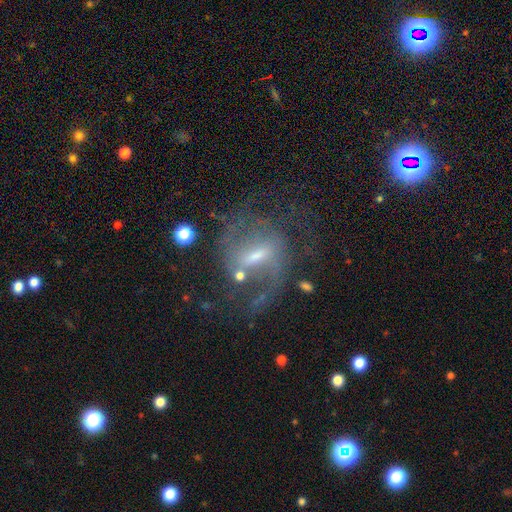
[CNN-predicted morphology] smooth-or-featured: featured or disk: 82% | smooth: 10% | star or artifact: 9%
  disk-edge-on: no: 96% | yes: 4%
    bar: weak: 46% | strong: 41% | no: 12%
    has-spiral-arms: yes: 90% | no: 10%
      spiral-winding: medium: 45% | loose: 39% | tight: 16%
      spiral-arm-count: 2: 71% | can't tell: 13% | 1: 7% | 3: 5% | 4: 2% | more than 4: 2%
    bulge-size: small: 47% | moderate: 39% | none: 8% | large: 4% | dominant: 1%
  merging: none: 54% | major disturbance: 22% | minor disturbance: 18% | merger: 6%